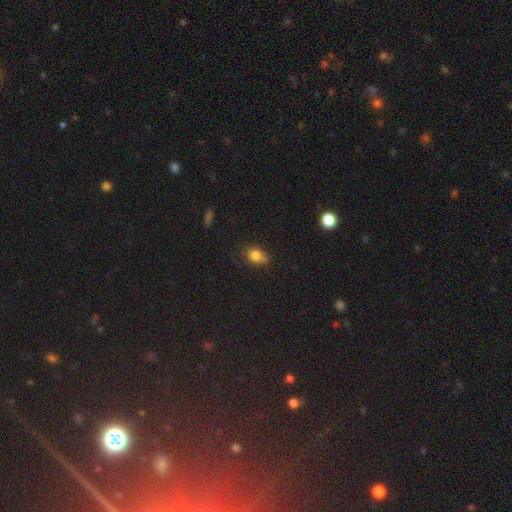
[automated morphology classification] Q: Smooth or featured?
A: smooth (81%); runner-up: star or artifact (11%)
Q: How rounded?
A: in between (58%); runner-up: round (40%)
Q: Merging?
A: none (57%); runner-up: minor disturbance (30%)